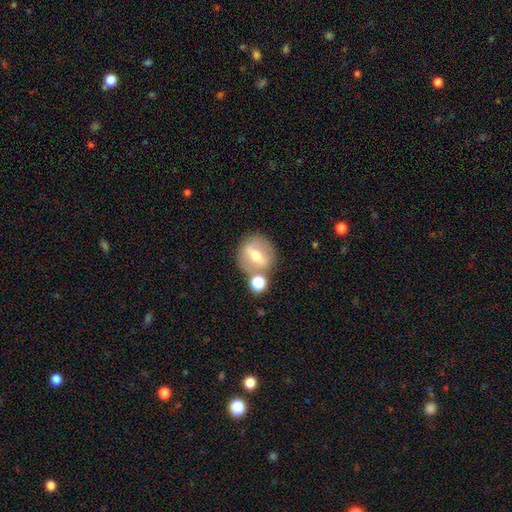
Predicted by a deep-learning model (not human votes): Smooth or featured: featured or disk — 48% (smooth — 42%)
Merging: none — 67% (merger — 17%)